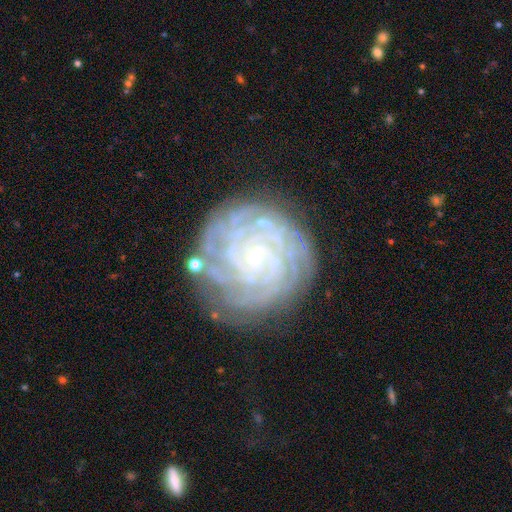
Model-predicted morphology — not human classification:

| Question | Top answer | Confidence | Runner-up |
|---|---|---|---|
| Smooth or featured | featured or disk | 86% | smooth (7%) |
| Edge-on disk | no | 98% | yes (2%) |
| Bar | no | 75% | weak (18%) |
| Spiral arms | yes | 97% | no (3%) |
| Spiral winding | tight | 86% | medium (11%) |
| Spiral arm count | can't tell | 25% | 4 (24%) |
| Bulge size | small | 88% | moderate (8%) |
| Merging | none | 77% | minor disturbance (15%) |